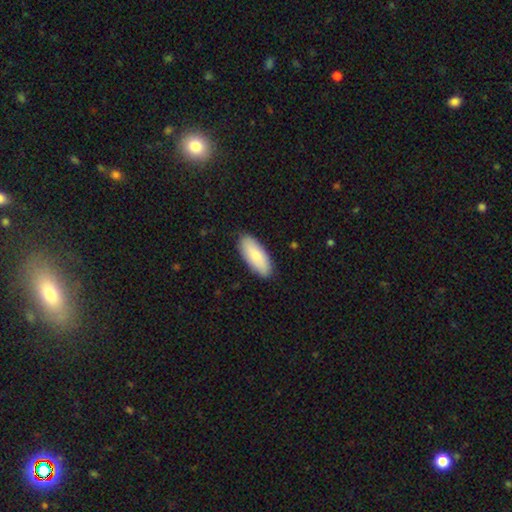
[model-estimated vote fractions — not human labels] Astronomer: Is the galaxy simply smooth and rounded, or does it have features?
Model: smooth — 82%.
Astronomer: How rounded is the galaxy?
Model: in between — 81%.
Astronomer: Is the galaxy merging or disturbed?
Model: none — 87%.